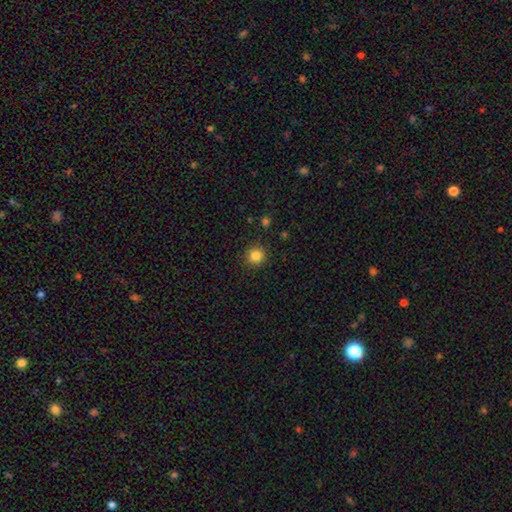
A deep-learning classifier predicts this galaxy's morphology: type=smooth (84%); roundness=round (94%); merging=none (91%).